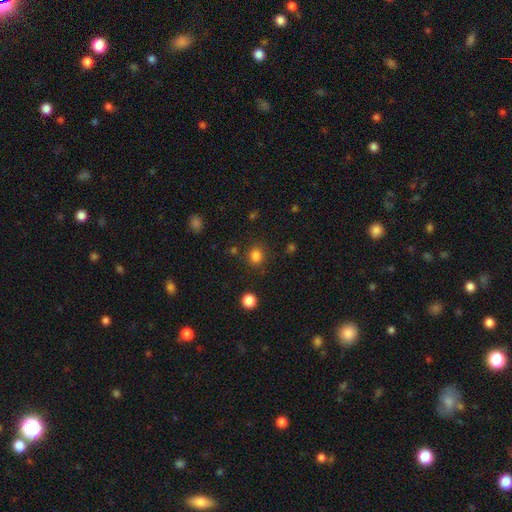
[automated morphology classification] type=smooth (82%); roundness=round (74%); merging=none (82%).